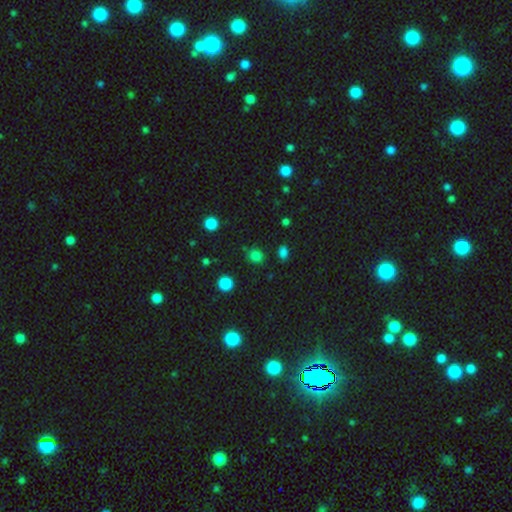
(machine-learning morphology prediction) This is likely a smooth galaxy (78%). How rounded: likely round (71%). Merging: clearly none (84%).